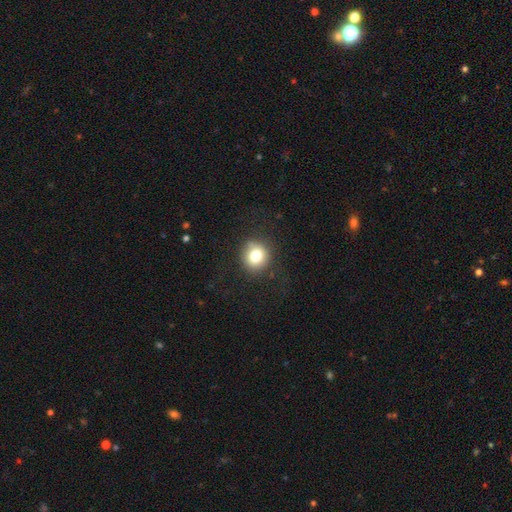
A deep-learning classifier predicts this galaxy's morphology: Q: Smooth or featured?
A: smooth (79%); runner-up: star or artifact (12%)
Q: How rounded?
A: round (89%); runner-up: in between (10%)
Q: Merging?
A: none (85%); runner-up: minor disturbance (10%)